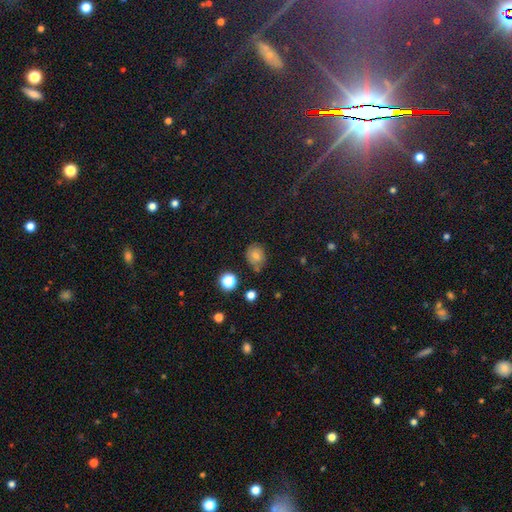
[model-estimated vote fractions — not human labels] The model was most divided on "how rounded": round: 67%, in between: 32%, cigar-shaped: 1%. More confident: merging — none (69%); smooth or featured — smooth (67%).